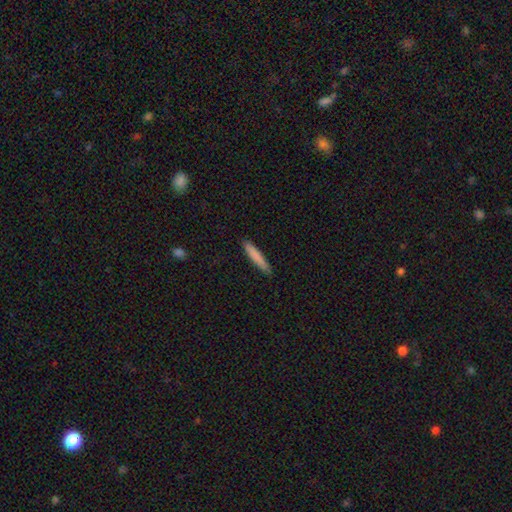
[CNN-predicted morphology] smooth-or-featured: smooth: 83% | featured or disk: 11% | star or artifact: 6%
  how-rounded: cigar-shaped: 92% | in between: 7% | round: 1%
  merging: none: 87% | minor disturbance: 10% | major disturbance: 2% | merger: 1%